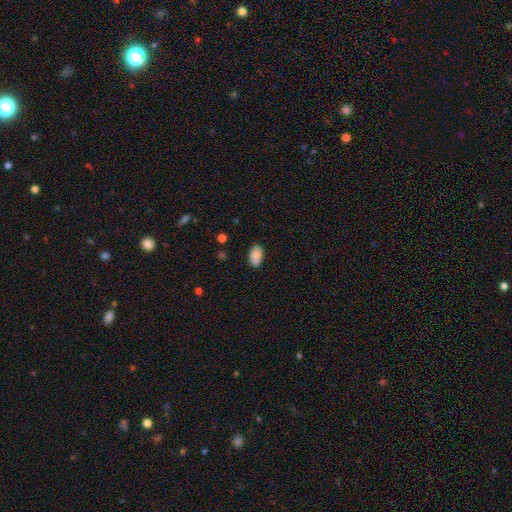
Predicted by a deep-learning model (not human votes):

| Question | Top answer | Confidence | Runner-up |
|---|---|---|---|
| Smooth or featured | smooth | 82% | featured or disk (10%) |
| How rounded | in between | 92% | round (6%) |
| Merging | none | 79% | minor disturbance (15%) |